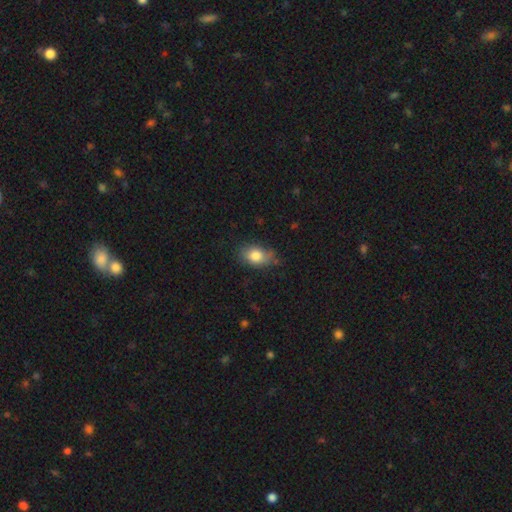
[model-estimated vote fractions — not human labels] A smooth galaxy with no disk features (81%) that is in between round and cigar-shaped (82%).

Vote fractions:
- Smooth or featured? smooth: 81% / featured or disk: 11% / star or artifact: 8%
- How rounded? in between: 82% / round: 16% / cigar-shaped: 2%
- Merging? none: 65% / minor disturbance: 26% / major disturbance: 6% / merger: 2%